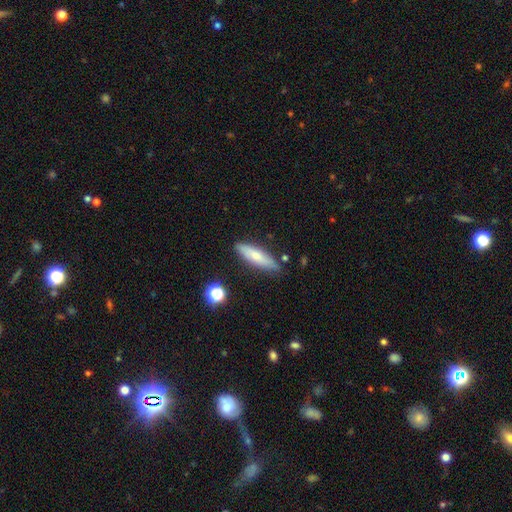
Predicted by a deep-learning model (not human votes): smooth_or_featured: smooth (p=0.62) [alt: featured or disk p=0.31]
how_rounded: cigar-shaped (p=0.62) [alt: in between p=0.36]
merging: none (p=0.80) [alt: minor disturbance p=0.15]